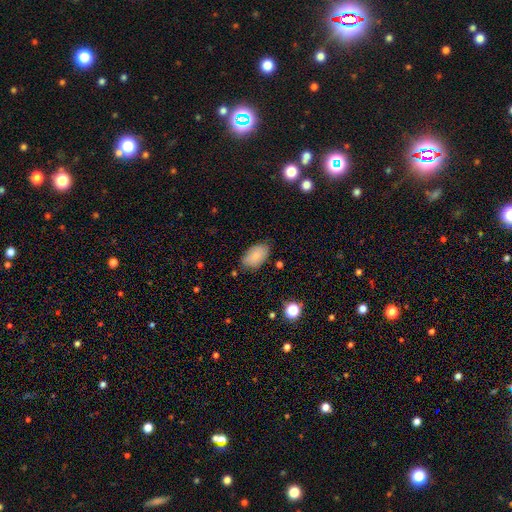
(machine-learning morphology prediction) This is clearly a smooth galaxy (82%). How rounded: clearly in between (93%). Merging: likely none (80%).